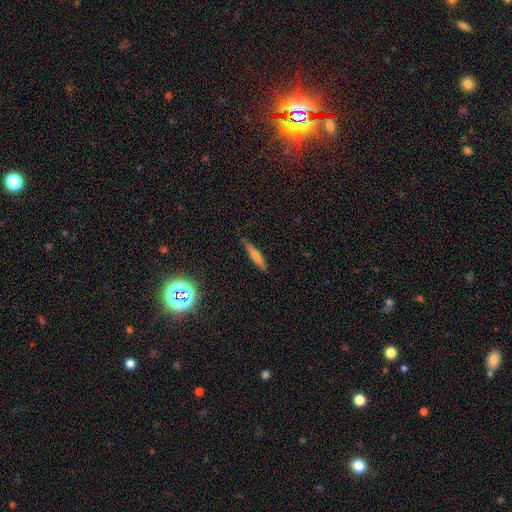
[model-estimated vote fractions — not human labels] Smooth or featured?
  - smooth: 52% *
  - featured or disk: 36%
  - star or artifact: 12%
How rounded?
  - cigar-shaped: 88% *
  - in between: 9%
  - round: 3%
Merging?
  - none: 85% *
  - minor disturbance: 11%
  - major disturbance: 2%
  - merger: 1%